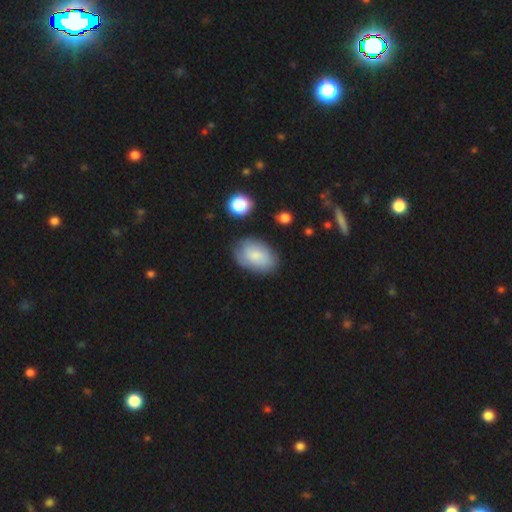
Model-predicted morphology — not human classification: smooth 70%, featured or disk 22%, star or artifact 8%. Down the decision tree: how rounded — in between (88%); merging — none (74%).